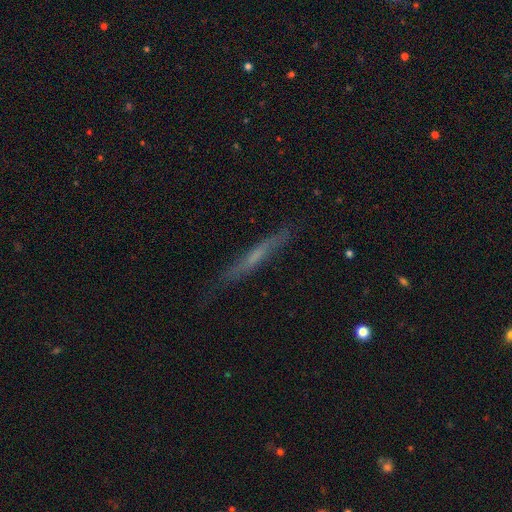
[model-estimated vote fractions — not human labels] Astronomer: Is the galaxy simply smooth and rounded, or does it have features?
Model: featured or disk — 53% (runner-up: smooth, 39%).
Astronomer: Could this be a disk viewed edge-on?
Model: yes — 90%.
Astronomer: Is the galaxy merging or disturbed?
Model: none — 80%.